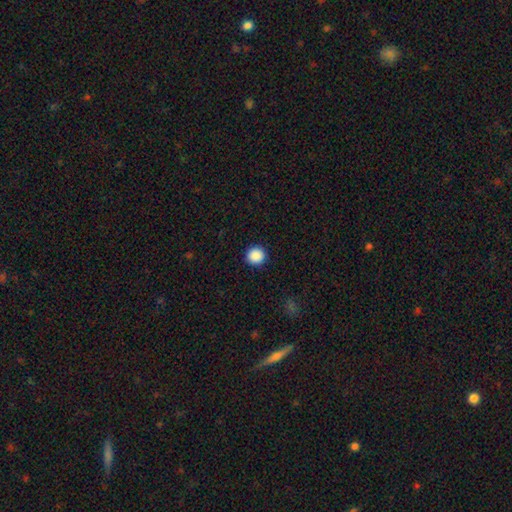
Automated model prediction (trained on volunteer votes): This appears to be a smooth galaxy with no disk features (89%) that is round (95%). Merging: none (93%).